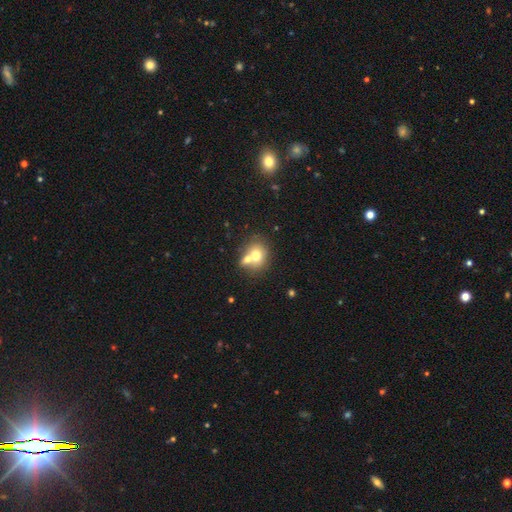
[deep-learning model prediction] Overall: smooth (69%). How rounded: round (63%; in between 36%). Merging: merger (49%; none 39%).